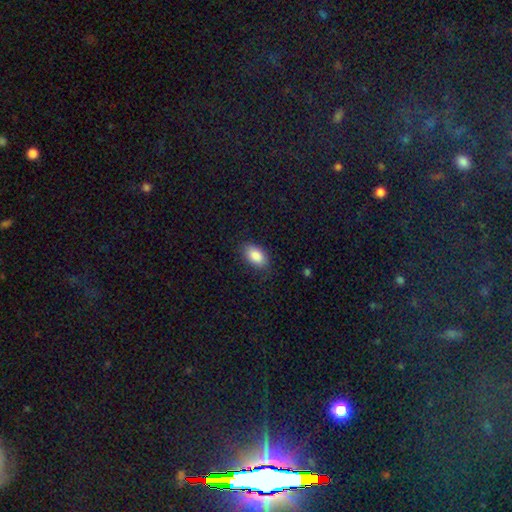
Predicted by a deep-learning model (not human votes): Smooth or featured? smooth (88%)
How rounded? in between (92%)
Merging? none (83%)